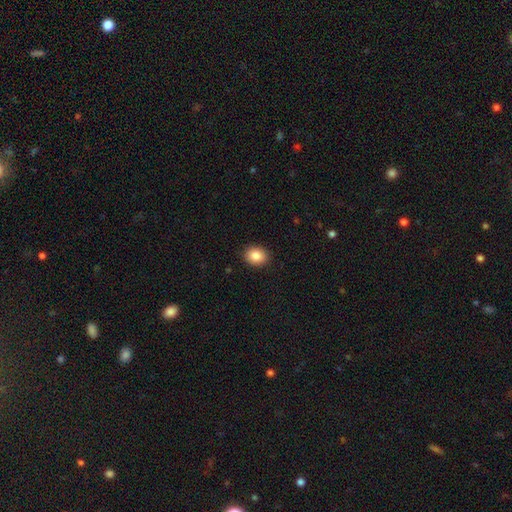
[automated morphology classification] The model was most divided on "how rounded": round: 54%, in between: 45%, cigar-shaped: 1%. More confident: merging — none (91%); smooth or featured — smooth (86%).